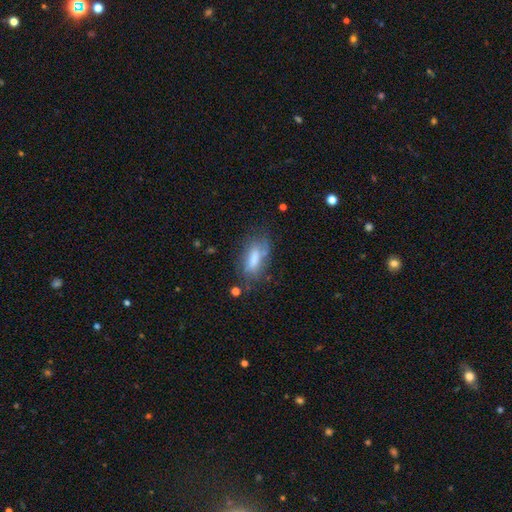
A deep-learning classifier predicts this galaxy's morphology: Smooth or featured? smooth (57%)
How rounded? in between (66%)
Merging? none (63%)